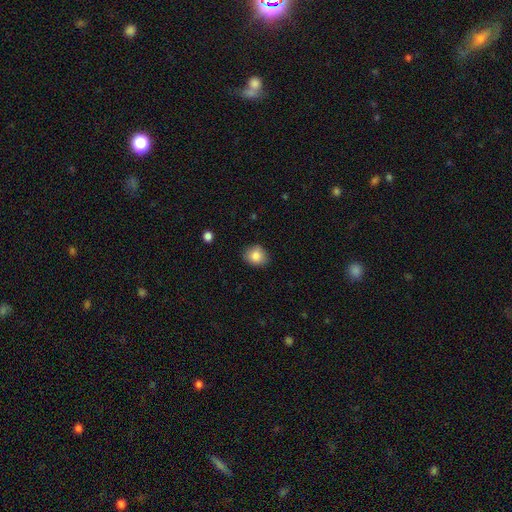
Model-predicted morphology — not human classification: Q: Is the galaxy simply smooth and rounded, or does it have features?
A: smooth — 85%.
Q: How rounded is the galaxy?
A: round — 61%.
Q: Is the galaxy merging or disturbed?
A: none — 84%.